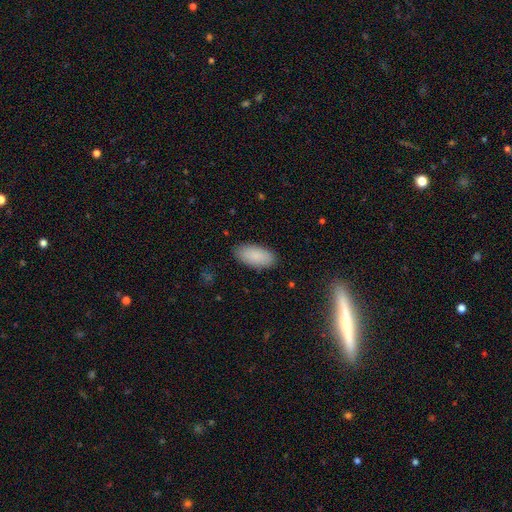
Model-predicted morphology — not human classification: Smooth or featured? Predicted: smooth (p=0.89). How rounded? Predicted: in between (p=0.91). Merging? Predicted: none (p=0.88).